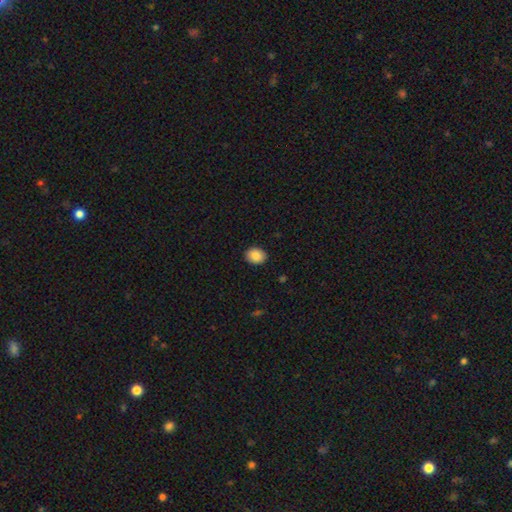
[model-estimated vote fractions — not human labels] smooth 88%, star or artifact 8%, featured or disk 5%. Down the decision tree: how rounded — in between (58%); merging — none (90%).